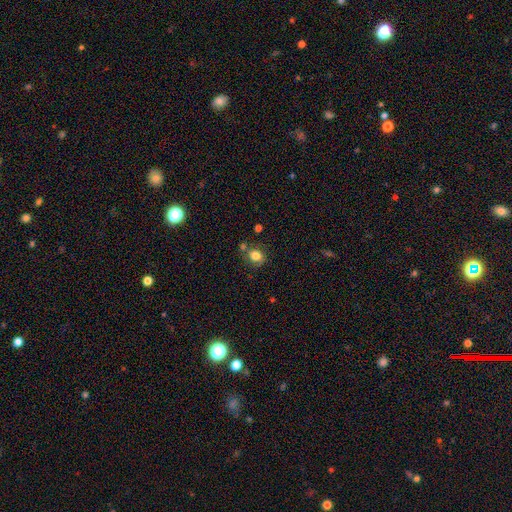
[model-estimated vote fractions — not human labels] smooth 79%, star or artifact 11%, featured or disk 10%. Down the decision tree: how rounded — round (68%); merging — none (63%).